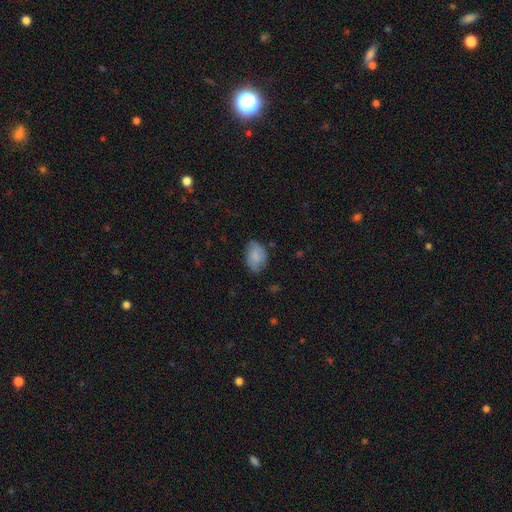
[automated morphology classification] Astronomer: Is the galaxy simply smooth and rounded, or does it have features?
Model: smooth — 78%.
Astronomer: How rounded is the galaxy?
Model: in between — 85%.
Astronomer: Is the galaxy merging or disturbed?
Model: none — 65%.